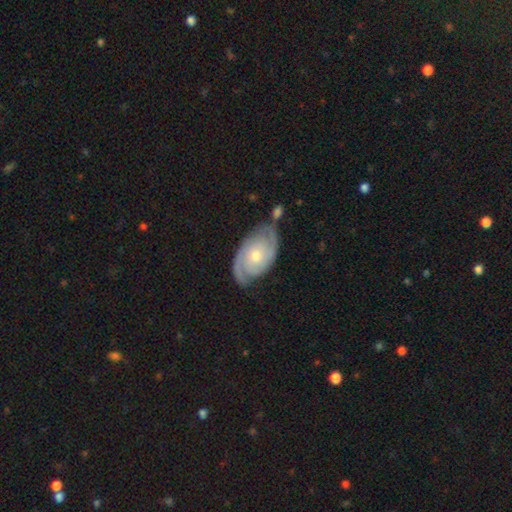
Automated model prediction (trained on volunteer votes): Q: Smooth or featured?
A: featured or disk (87%); runner-up: smooth (8%)
Q: Edge-on disk?
A: no (96%); runner-up: yes (4%)
Q: Bar?
A: no (73%); runner-up: weak (22%)
Q: Spiral arms?
A: yes (97%); runner-up: no (3%)
Q: Spiral winding?
A: tight (62%); runner-up: medium (31%)
Q: Spiral arm count?
A: 2 (88%); runner-up: can't tell (5%)
Q: Bulge size?
A: moderate (54%); runner-up: small (41%)
Q: Merging?
A: none (76%); runner-up: minor disturbance (15%)